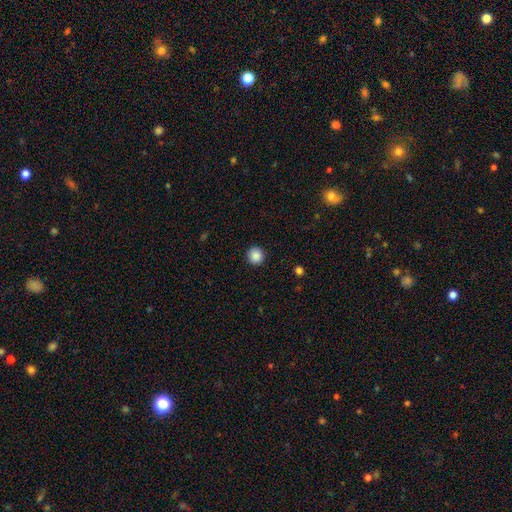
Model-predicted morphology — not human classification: Smooth or featured? smooth (88%)
How rounded? round (94%)
Merging? none (93%)